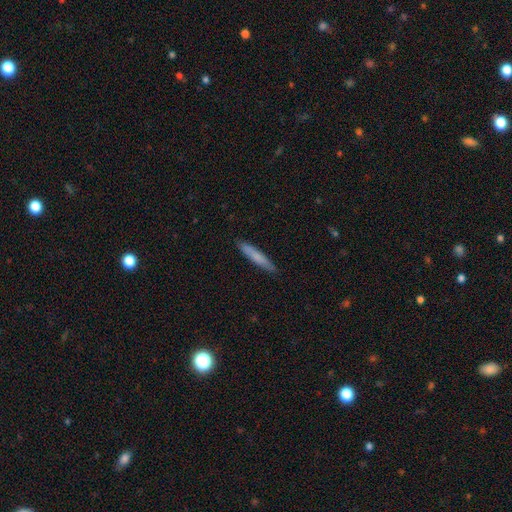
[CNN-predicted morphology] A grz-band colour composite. It shows a smooth galaxy with no disk features (75%) that is cigar-shaped (93%). Merging: none (89%).